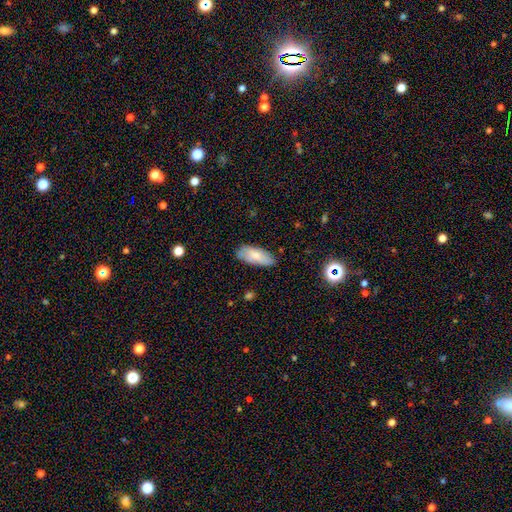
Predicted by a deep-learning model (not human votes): Morphology: type=smooth (76%); roundness=in between (84%); merging=none (77%).